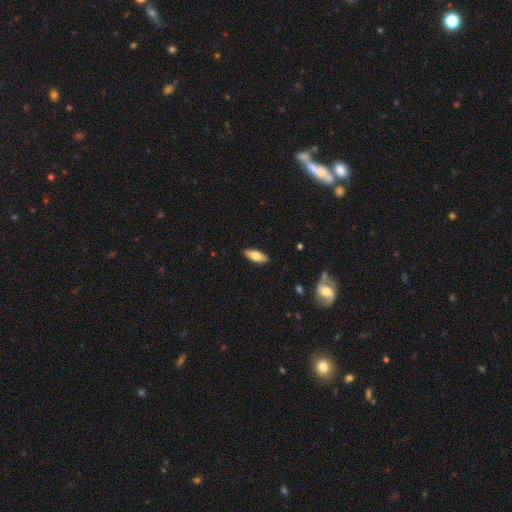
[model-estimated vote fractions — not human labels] smooth-or-featured: smooth: 66% | featured or disk: 27% | star or artifact: 6%
  how-rounded: in between: 71% | cigar-shaped: 27% | round: 2%
  merging: none: 88% | minor disturbance: 9% | major disturbance: 2% | merger: 1%